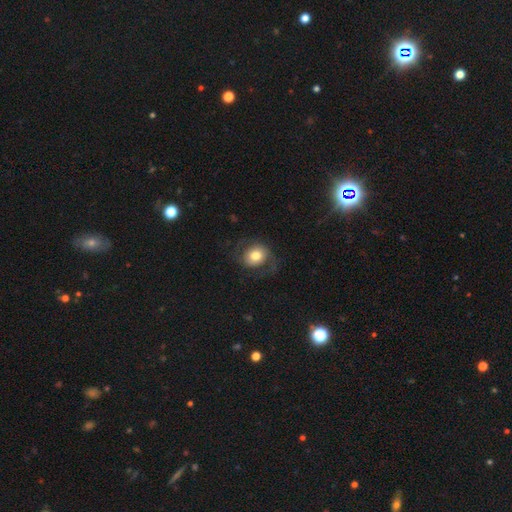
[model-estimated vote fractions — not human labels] Morphology: type=smooth (59%); roundness=round (68%); merging=none (62%).